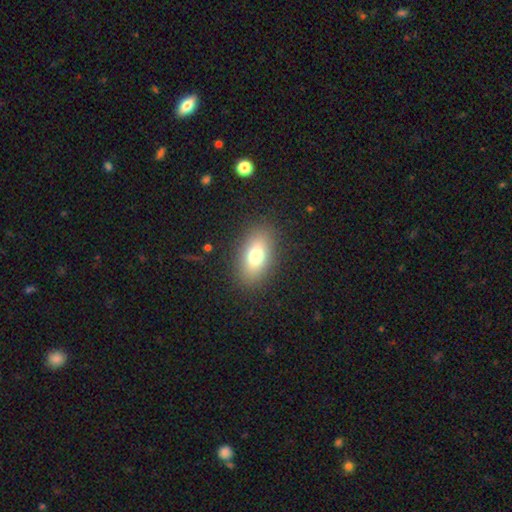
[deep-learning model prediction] smooth 74%, featured or disk 16%, star or artifact 10%. Down the decision tree: how rounded — in between (86%); merging — none (87%).